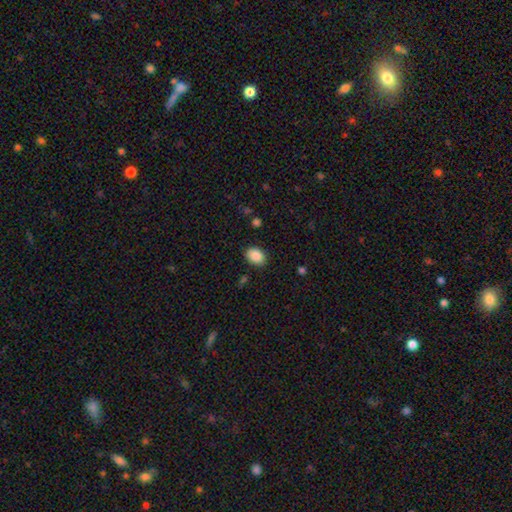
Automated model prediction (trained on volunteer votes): Smooth or featured? Predicted: smooth (p=0.89). How rounded? Predicted: in between (p=0.73). Merging? Predicted: none (p=0.86).